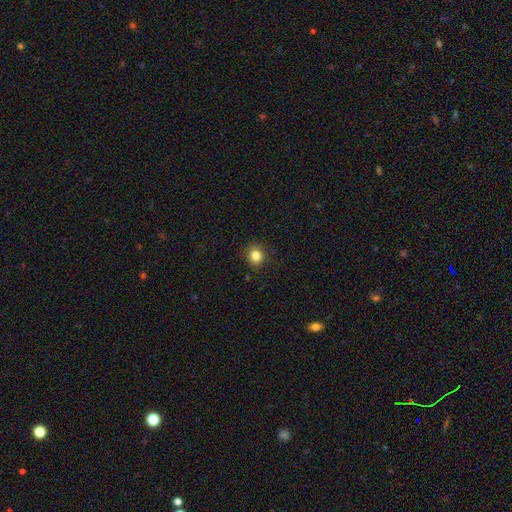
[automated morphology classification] type=smooth (84%); roundness=round (85%); merging=none (89%).